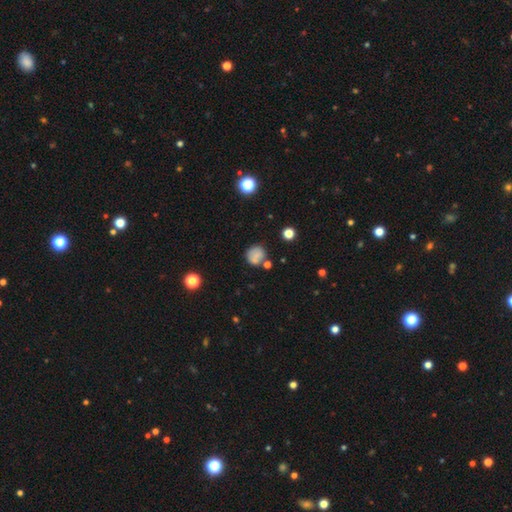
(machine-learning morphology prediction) This appears to be a smooth galaxy with no disk features (75%) that is round (84%). Merging: none (65%).